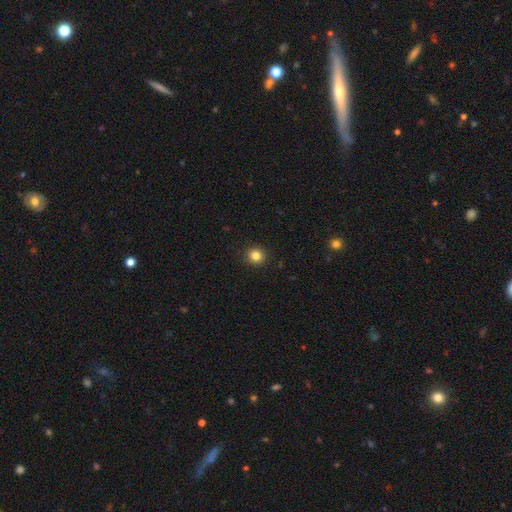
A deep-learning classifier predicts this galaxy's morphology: This appears to be a smooth galaxy with no disk features (84%) that is round (91%). Merging: none (92%).